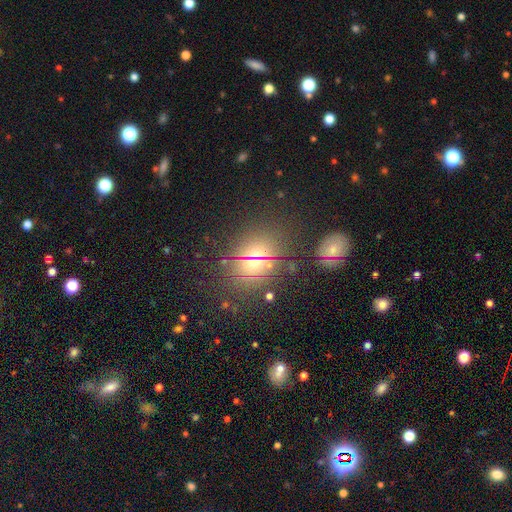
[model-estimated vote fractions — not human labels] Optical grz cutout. It shows a smooth galaxy with no disk features (51%) that is round (57%). Merging: none (80%).